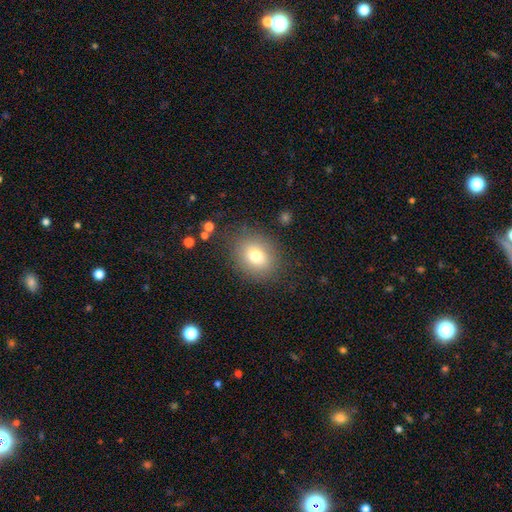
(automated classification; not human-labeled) A smooth galaxy with no disk features (76%) that is round (65%). Merging: none (83%).